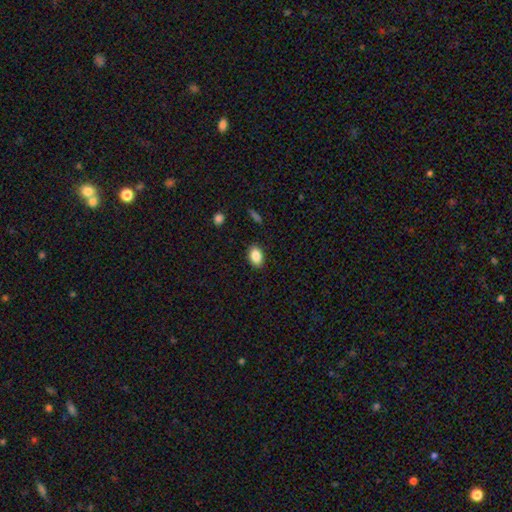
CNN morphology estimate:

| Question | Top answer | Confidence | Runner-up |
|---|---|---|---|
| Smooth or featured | smooth | 87% | star or artifact (8%) |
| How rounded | in between | 87% | round (11%) |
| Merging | none | 87% | minor disturbance (9%) |